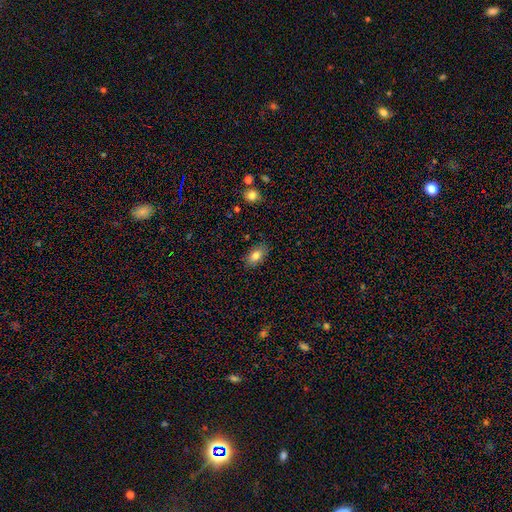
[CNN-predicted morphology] smooth-or-featured: smooth: 81% | featured or disk: 11% | star or artifact: 8%
  how-rounded: in between: 89% | round: 7% | cigar-shaped: 4%
  merging: none: 85% | minor disturbance: 11% | major disturbance: 2% | merger: 1%